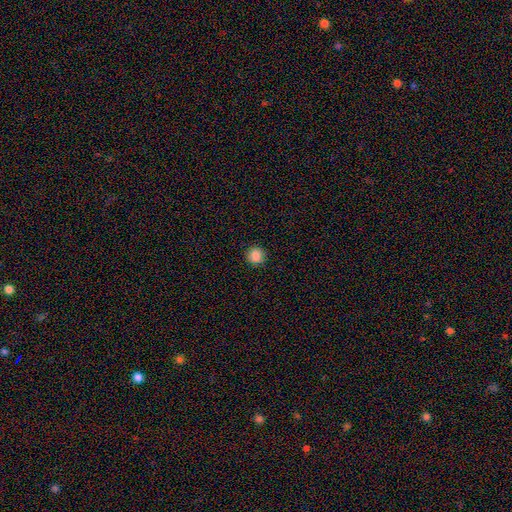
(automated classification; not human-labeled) The model was most divided on "smooth or featured": smooth: 86%, star or artifact: 10%, featured or disk: 4%. More confident: merging — none (91%); how rounded — round (90%).